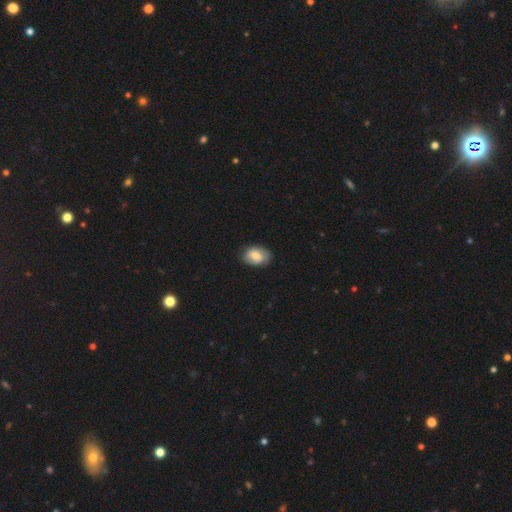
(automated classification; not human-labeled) This appears to be a smooth galaxy with no disk features (67%) that is in between round and cigar-shaped (79%). Merging: none (77%).